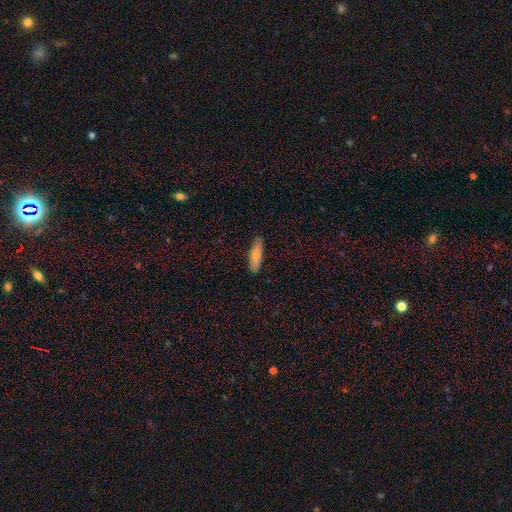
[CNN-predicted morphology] Smooth or featured?
  - smooth: 81% *
  - featured or disk: 13%
  - star or artifact: 6%
How rounded?
  - cigar-shaped: 57% *
  - in between: 41%
  - round: 2%
Merging?
  - none: 87% *
  - minor disturbance: 10%
  - major disturbance: 2%
  - merger: 1%